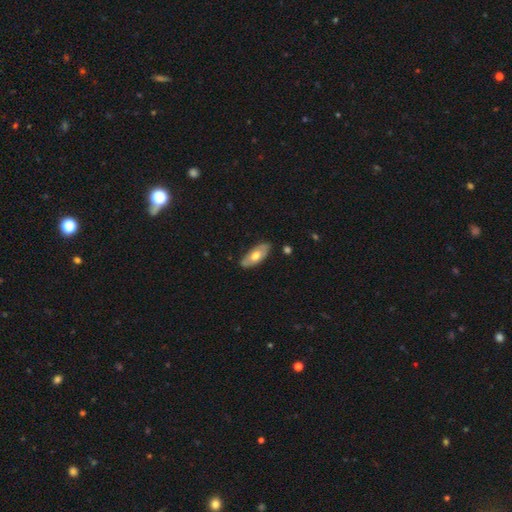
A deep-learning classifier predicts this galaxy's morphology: This appears to be a smooth galaxy with no disk features (54%) that is in between round and cigar-shaped (86%). Merging: none (83%).